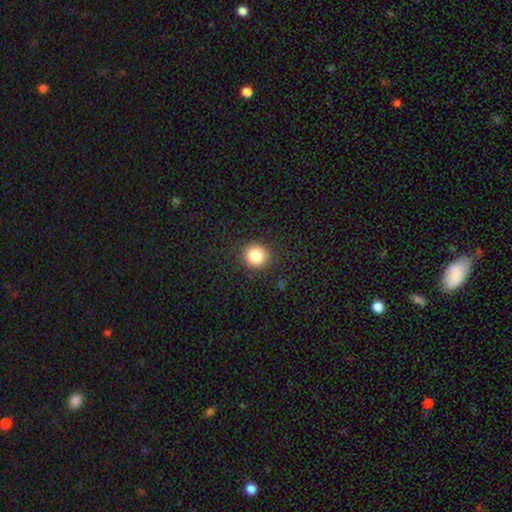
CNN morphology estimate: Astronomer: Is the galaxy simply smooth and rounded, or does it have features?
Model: smooth — 83%.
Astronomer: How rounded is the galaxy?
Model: round — 93%.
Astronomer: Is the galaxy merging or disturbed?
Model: none — 91%.